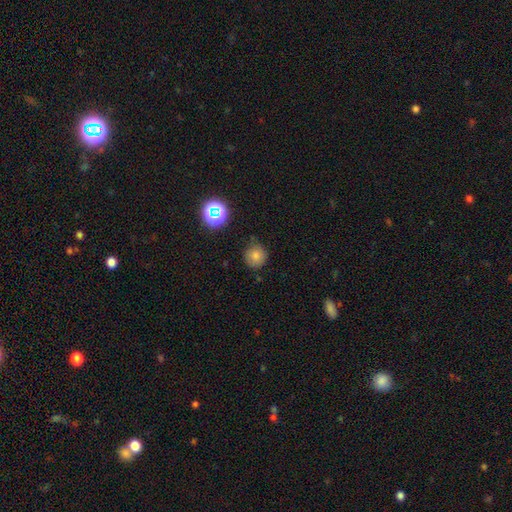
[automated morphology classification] Smooth or featured?
  - smooth: 77% *
  - star or artifact: 16%
  - featured or disk: 7%
How rounded?
  - round: 92% *
  - in between: 7%
  - cigar-shaped: 1%
Merging?
  - none: 78% *
  - minor disturbance: 16%
  - major disturbance: 3%
  - merger: 3%